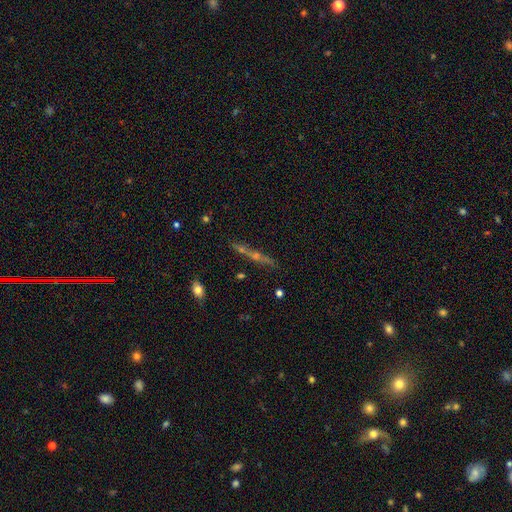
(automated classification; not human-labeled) This is likely a featured or disk galaxy (63%). It is clearly viewed edge-on (89%). Edge-on bulge: likely rounded (71%). Merging: likely none (73%).